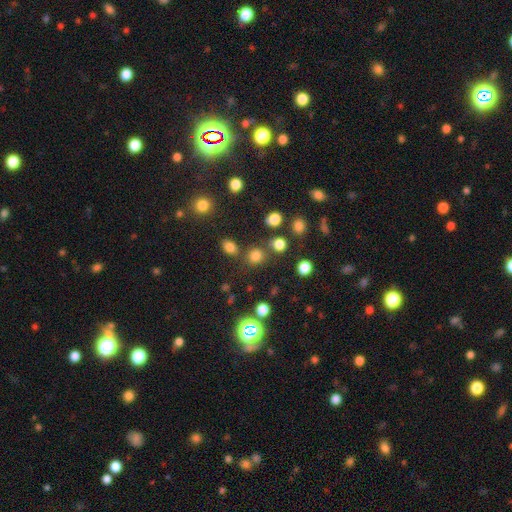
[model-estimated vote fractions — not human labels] smooth-or-featured: smooth: 75% | star or artifact: 19% | featured or disk: 6%
  how-rounded: round: 83% | in between: 16% | cigar-shaped: 1%
  merging: none: 74% | merger: 12% | minor disturbance: 10% | major disturbance: 5%